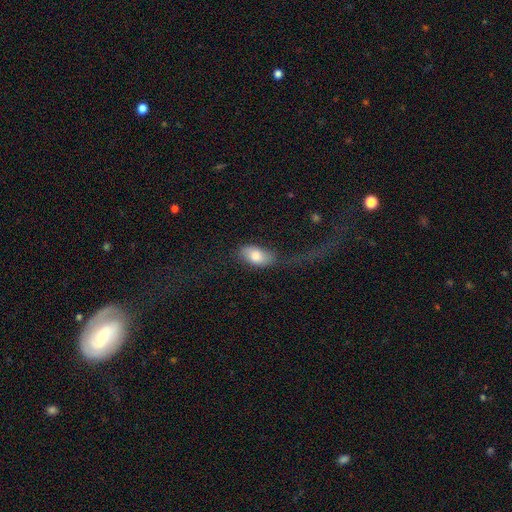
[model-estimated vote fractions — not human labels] Smooth or featured?
  - smooth: 78% *
  - featured or disk: 15%
  - star or artifact: 7%
How rounded?
  - in between: 92% *
  - round: 5%
  - cigar-shaped: 3%
Merging?
  - none: 52% *
  - minor disturbance: 23%
  - major disturbance: 21%
  - merger: 4%